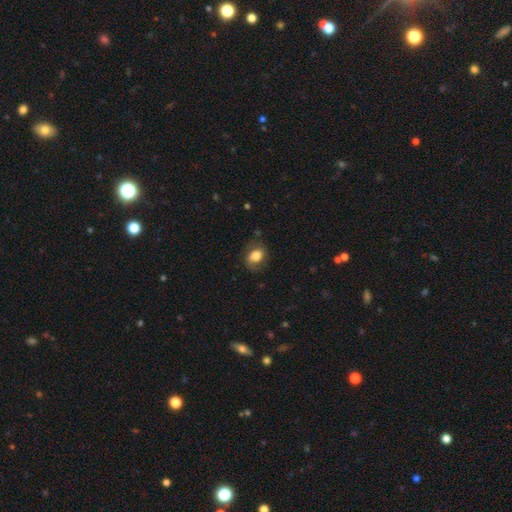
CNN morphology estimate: A smooth galaxy with no disk features (71%) that is in between round and cigar-shaped (68%). Merging: none (71%).